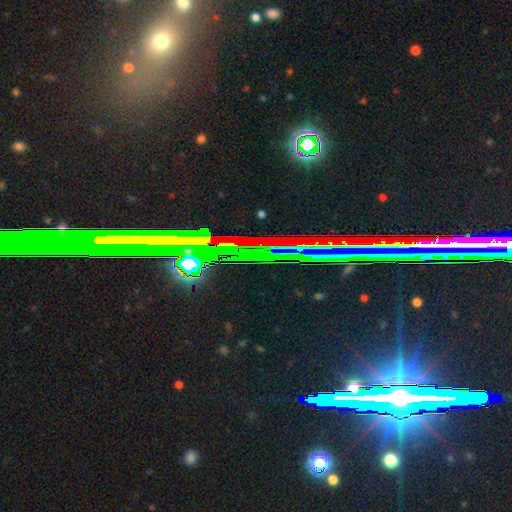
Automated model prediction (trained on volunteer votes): smooth_or_featured: star or artifact (p=0.77) [alt: featured or disk p=0.13]